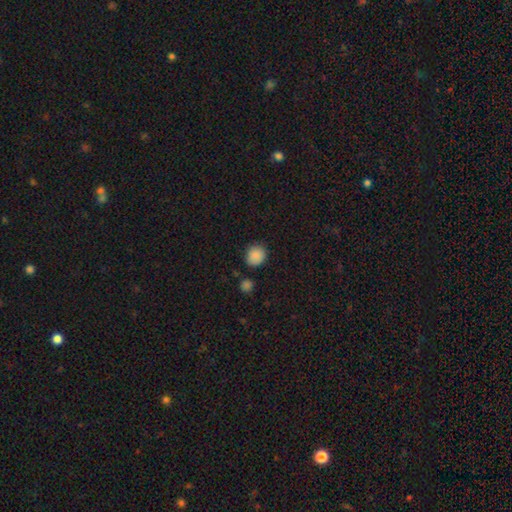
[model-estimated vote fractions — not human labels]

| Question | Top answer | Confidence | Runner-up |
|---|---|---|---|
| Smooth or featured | smooth | 87% | star or artifact (9%) |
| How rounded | round | 82% | in between (17%) |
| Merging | none | 82% | minor disturbance (12%) |